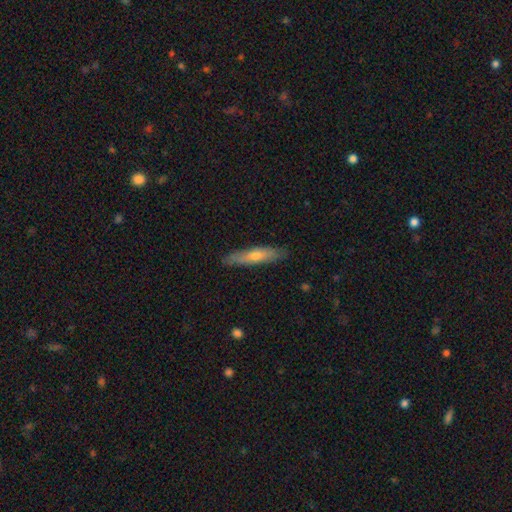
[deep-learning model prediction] Smooth or featured: smooth — 57% (featured or disk — 38%)
How rounded: cigar-shaped — 84% (in between — 14%)
Merging: none — 86% (minor disturbance — 11%)